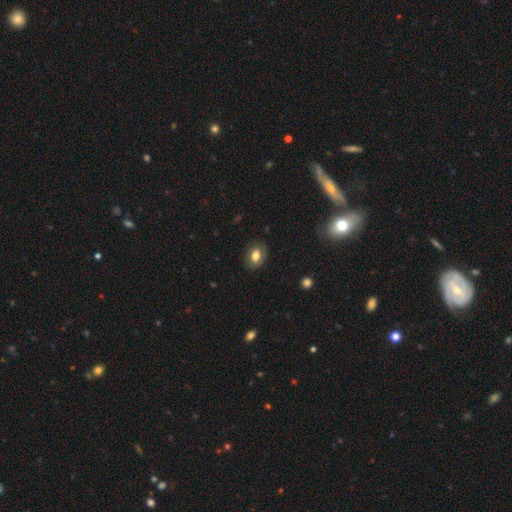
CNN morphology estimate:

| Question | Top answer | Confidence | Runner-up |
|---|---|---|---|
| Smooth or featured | smooth | 73% | featured or disk (18%) |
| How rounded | in between | 65% | round (34%) |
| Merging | none | 83% | minor disturbance (12%) |